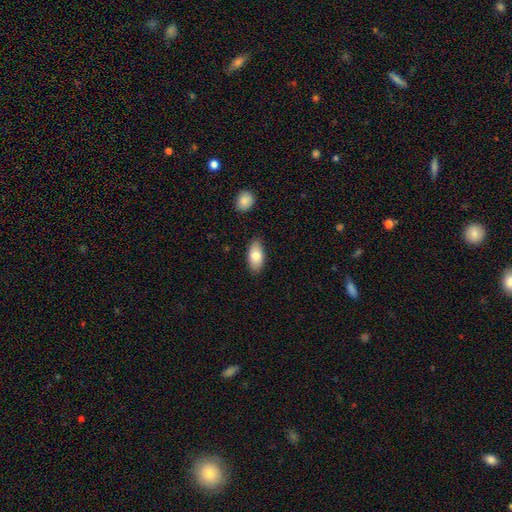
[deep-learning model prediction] Morphology: type=smooth (81%); roundness=in between (92%); merging=none (84%).